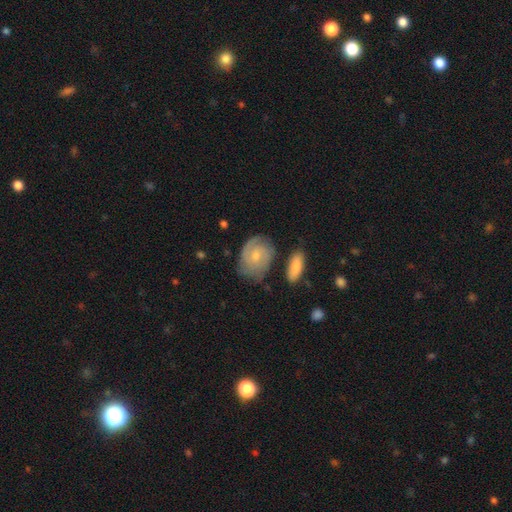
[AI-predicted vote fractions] Smooth or featured? Predicted: featured or disk (p=0.60). Edge-on disk? Predicted: no (p=0.96). Bar? Predicted: no (p=0.64). Spiral arms? Predicted: yes (p=0.87). Spiral winding? Predicted: tight (p=0.57). Spiral arm count? Predicted: 2 (p=0.42). Bulge size? Predicted: small (p=0.47). Merging? Predicted: none (p=0.64).